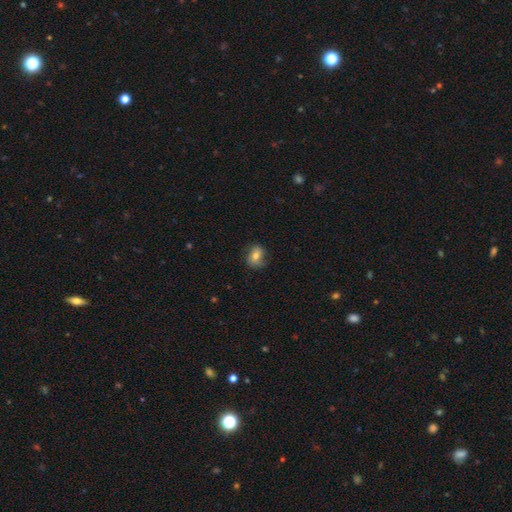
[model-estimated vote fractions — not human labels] Smooth or featured? smooth (66%)
How rounded? round (51%)
Merging? none (72%)